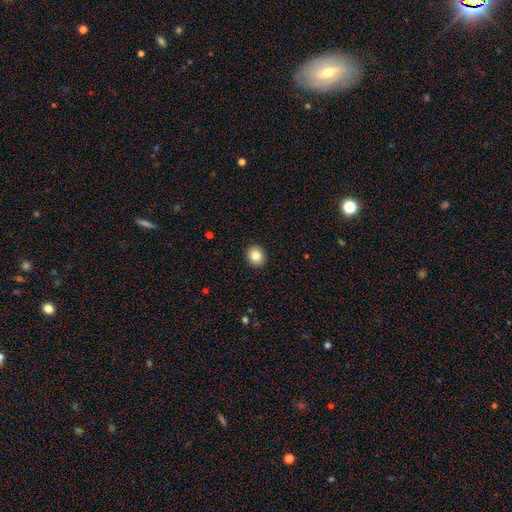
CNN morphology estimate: Smooth or featured? Predicted: smooth (p=0.82). How rounded? Predicted: round (p=0.66). Merging? Predicted: none (p=0.92).